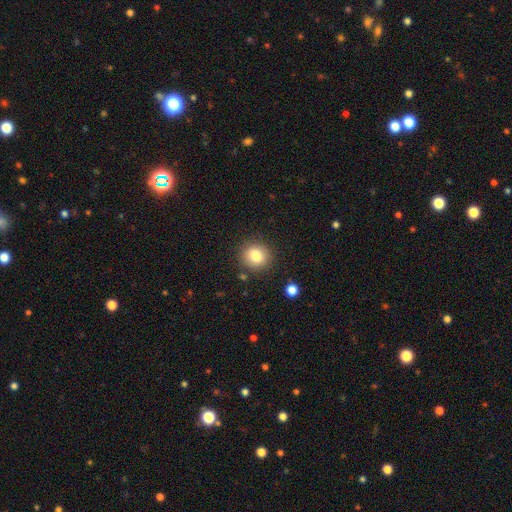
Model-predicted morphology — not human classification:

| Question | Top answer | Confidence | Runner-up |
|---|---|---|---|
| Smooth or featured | smooth | 82% | star or artifact (10%) |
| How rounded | round | 85% | in between (14%) |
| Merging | none | 86% | minor disturbance (8%) |